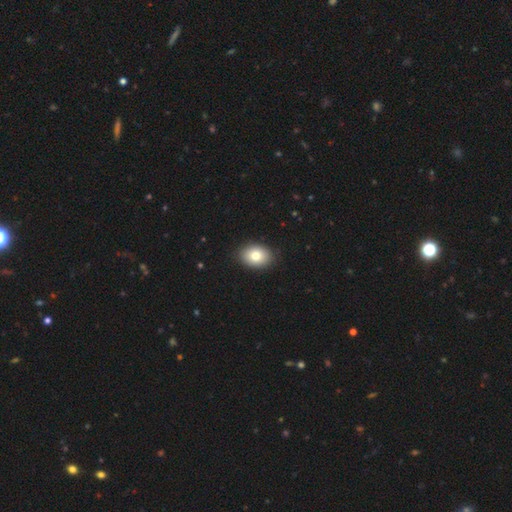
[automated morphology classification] type=smooth (80%); roundness=in between (74%); merging=none (89%).